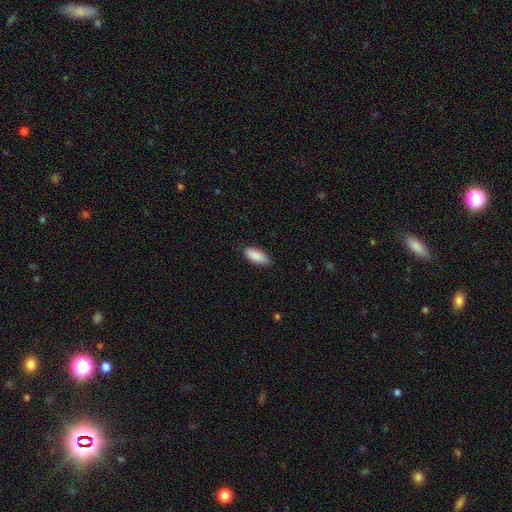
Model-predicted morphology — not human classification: Smooth or featured? Predicted: smooth (p=0.90). How rounded? Predicted: in between (p=0.87). Merging? Predicted: none (p=0.84).